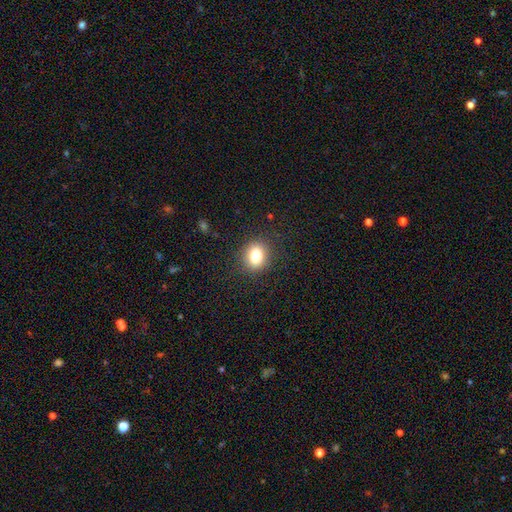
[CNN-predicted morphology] Smooth or featured: smooth — 80% (star or artifact — 12%)
How rounded: round — 62% (in between — 37%)
Merging: none — 88% (minor disturbance — 8%)